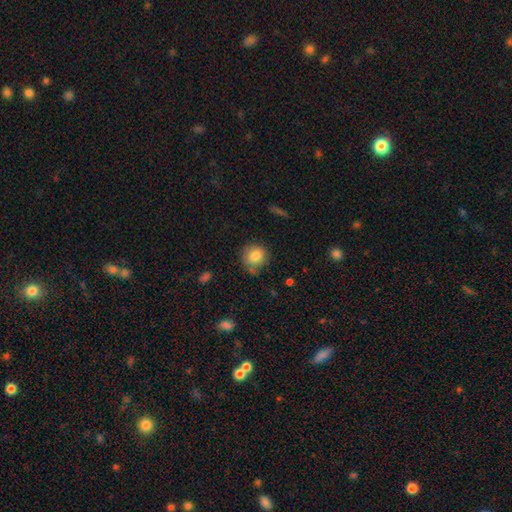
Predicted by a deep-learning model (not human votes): Smooth or featured? smooth (83%)
How rounded? round (84%)
Merging? none (71%)